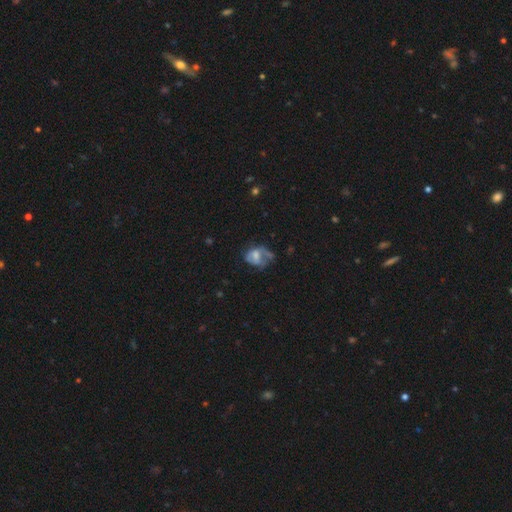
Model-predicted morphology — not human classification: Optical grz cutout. It shows a featured or disk galaxy (46%). Merging: major disturbance (36%).